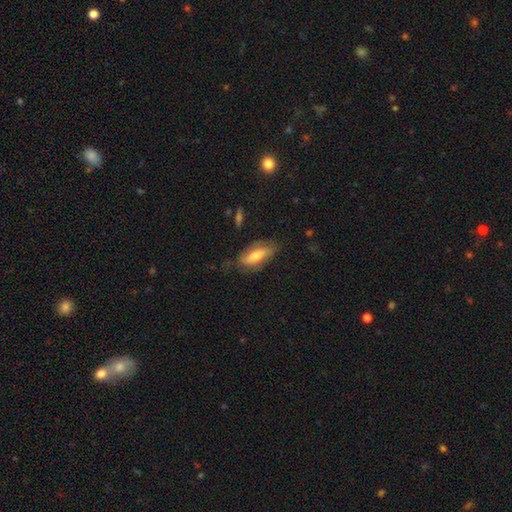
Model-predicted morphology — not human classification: Smooth or featured? smooth (58%)
How rounded? in between (78%)
Merging? none (64%)